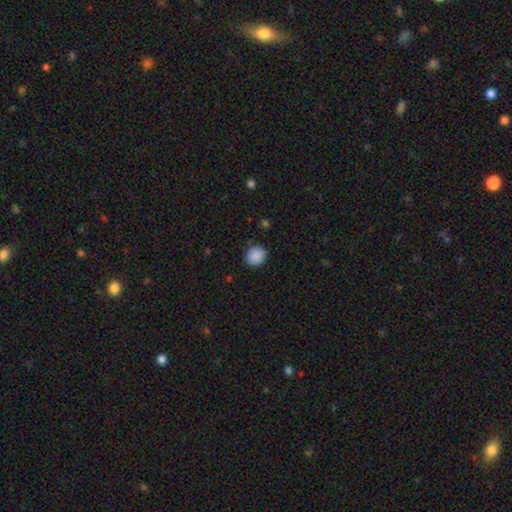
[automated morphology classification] Smooth or featured? smooth (89%)
How rounded? round (82%)
Merging? none (89%)